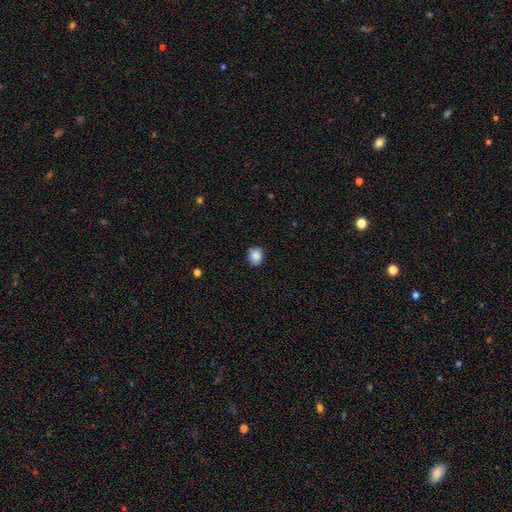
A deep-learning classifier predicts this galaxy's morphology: Smooth or featured? smooth (87%)
How rounded? round (77%)
Merging? none (85%)